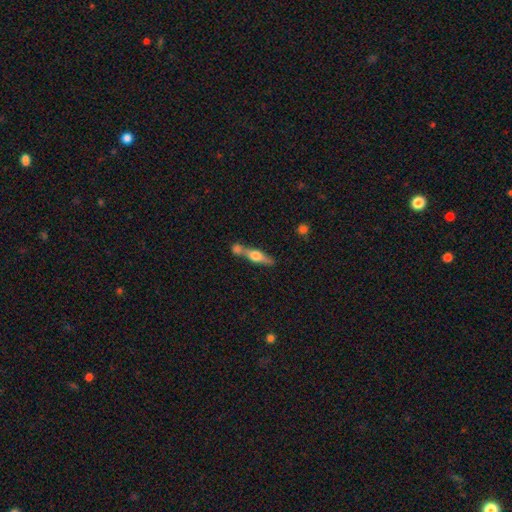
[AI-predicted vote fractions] Morphology: type=featured or disk (54%); edge-on=yes (90%); merging=none (48%).